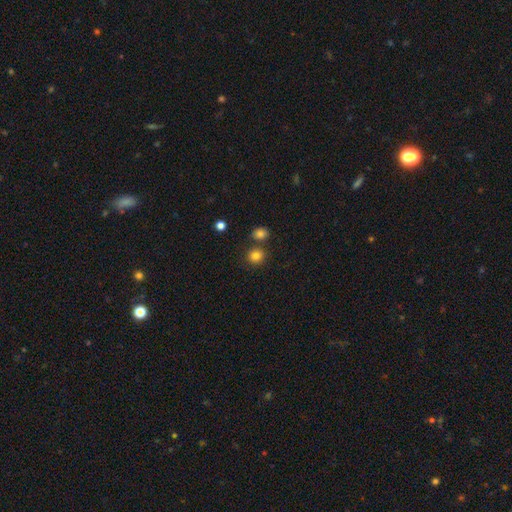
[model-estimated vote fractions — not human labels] Smooth or featured? Predicted: smooth (p=0.82). How rounded? Predicted: round (p=0.87). Merging? Predicted: none (p=0.75).